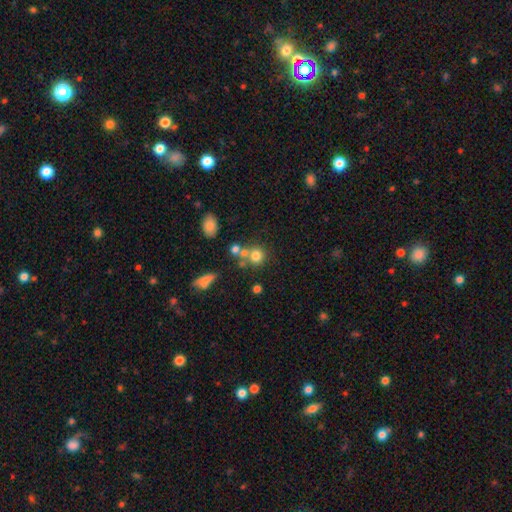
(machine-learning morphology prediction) Smooth or featured: smooth — 74% (star or artifact — 14%)
How rounded: round — 84% (in between — 14%)
Merging: none — 53% (merger — 32%)